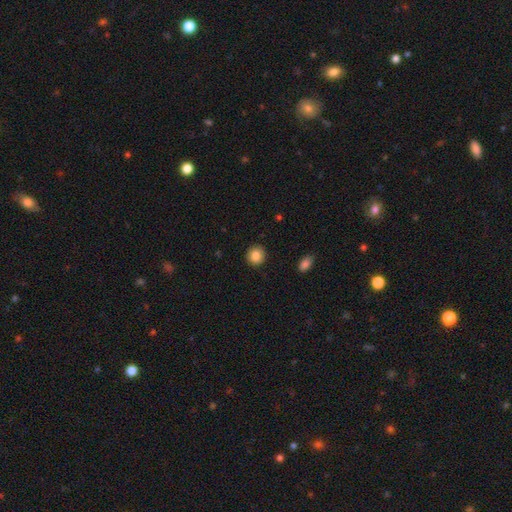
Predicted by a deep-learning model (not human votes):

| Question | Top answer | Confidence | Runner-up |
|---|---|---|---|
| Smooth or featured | smooth | 86% | star or artifact (9%) |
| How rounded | round | 89% | in between (10%) |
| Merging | none | 91% | minor disturbance (6%) |